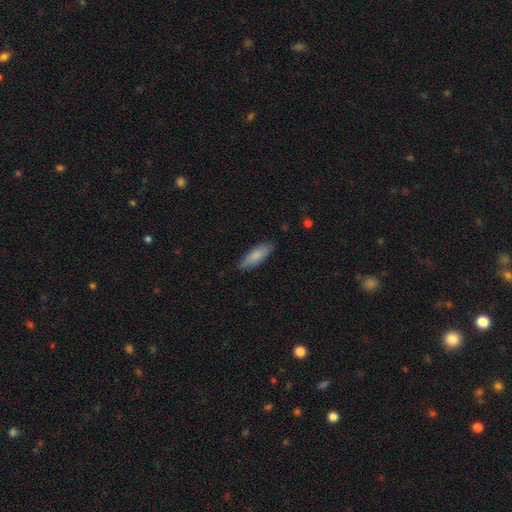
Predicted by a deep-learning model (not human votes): A smooth galaxy with no disk features (79%) that is cigar-shaped (50%).

Vote fractions:
- Smooth or featured? smooth: 79% / featured or disk: 16% / star or artifact: 6%
- How rounded? cigar-shaped: 50% / in between: 48% / round: 2%
- Merging? none: 83% / minor disturbance: 14% / major disturbance: 2% / merger: 1%